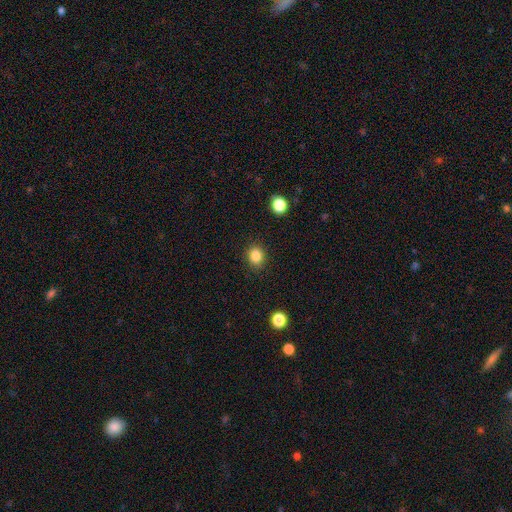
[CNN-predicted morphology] Smooth or featured: smooth — 85% (star or artifact — 11%)
How rounded: round — 72% (in between — 27%)
Merging: none — 89% (minor disturbance — 7%)